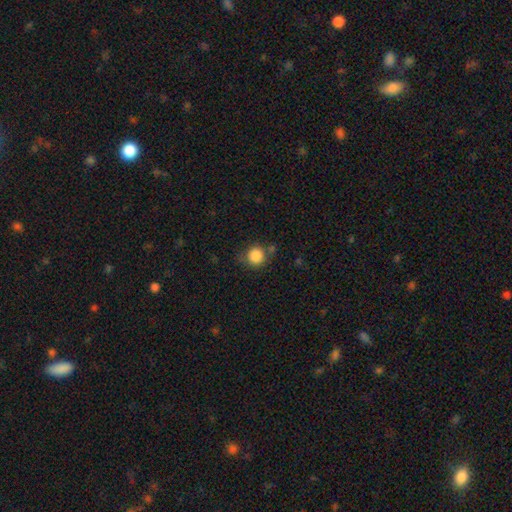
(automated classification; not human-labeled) smooth_or_featured: smooth (p=0.86) [alt: star or artifact p=0.10]
how_rounded: round (p=0.90) [alt: in between p=0.09]
merging: none (p=0.72) [alt: minor disturbance p=0.17]